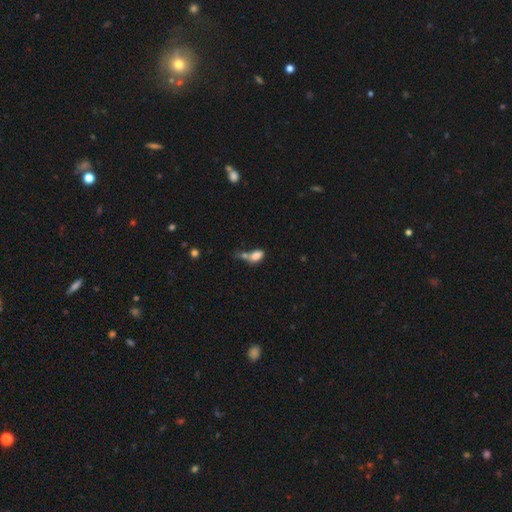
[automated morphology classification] This is likely a smooth galaxy (80%). How rounded: clearly in between (86%). Merging: possibly merger (46%).